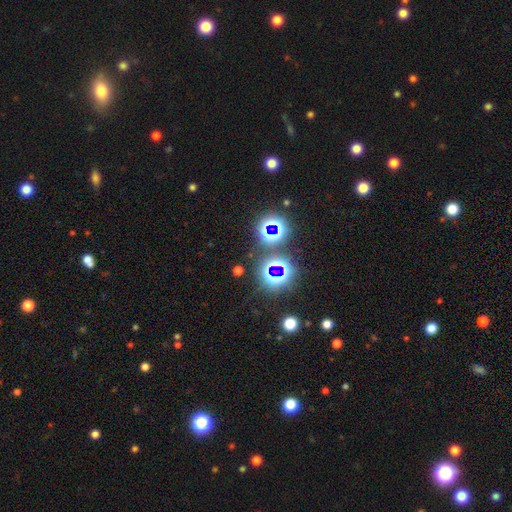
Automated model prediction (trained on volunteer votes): A star or artifact, not a galaxy (81%).

Vote fractions:
- Smooth or featured? star or artifact: 81% / smooth: 11% / featured or disk: 8%